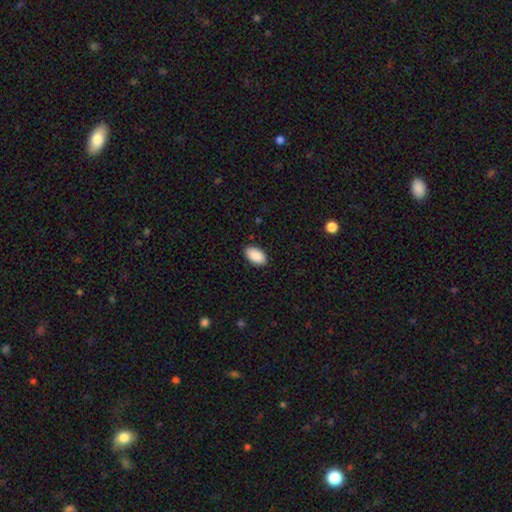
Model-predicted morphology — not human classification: A smooth galaxy with no disk features (91%) that is in between round and cigar-shaped (95%). Merging: none (89%).